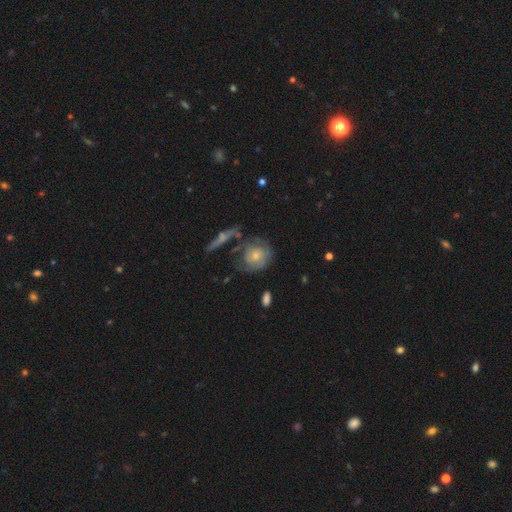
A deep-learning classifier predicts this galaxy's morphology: smooth_or_featured: featured or disk (p=0.47) [alt: smooth p=0.45]
merging: none (p=0.52) [alt: minor disturbance p=0.23]